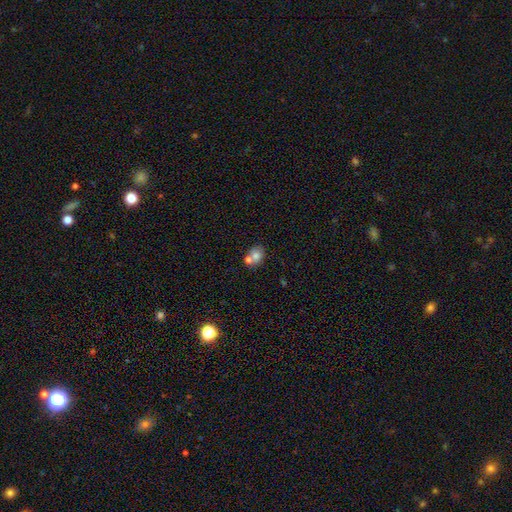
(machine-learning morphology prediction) Overall: smooth (72%). How rounded: round (55%; in between 44%). Merging: merger (47%; none 40%).